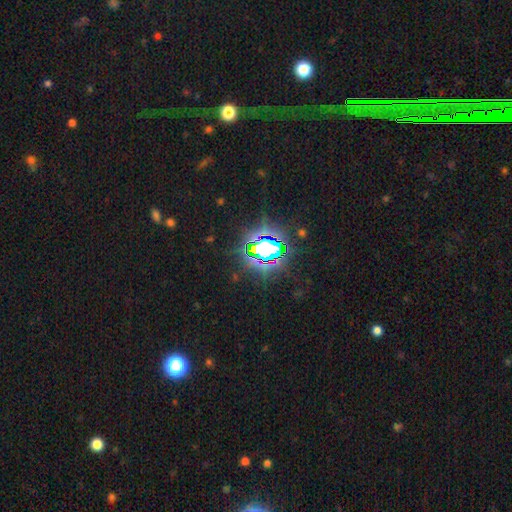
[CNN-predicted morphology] Q: Smooth or featured?
A: star or artifact (75%); runner-up: smooth (15%)